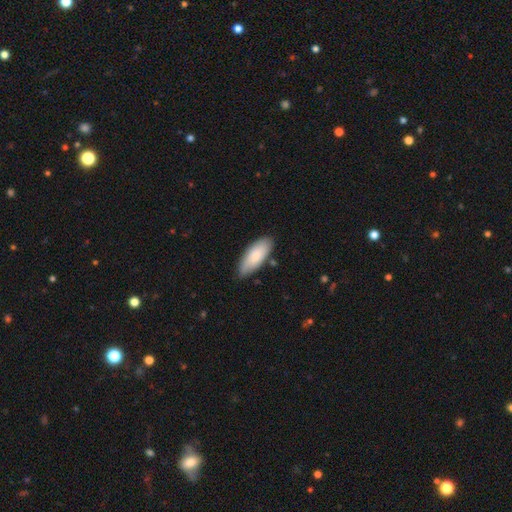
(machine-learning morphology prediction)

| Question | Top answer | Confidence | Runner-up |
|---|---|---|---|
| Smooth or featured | smooth | 81% | featured or disk (14%) |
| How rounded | in between | 79% | cigar-shaped (20%) |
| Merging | none | 77% | minor disturbance (17%) |